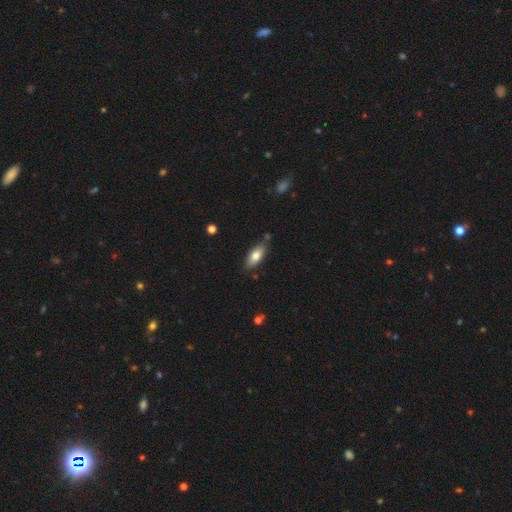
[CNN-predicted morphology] Overall: smooth (76%). How rounded: in between (83%). Merging: none (79%).